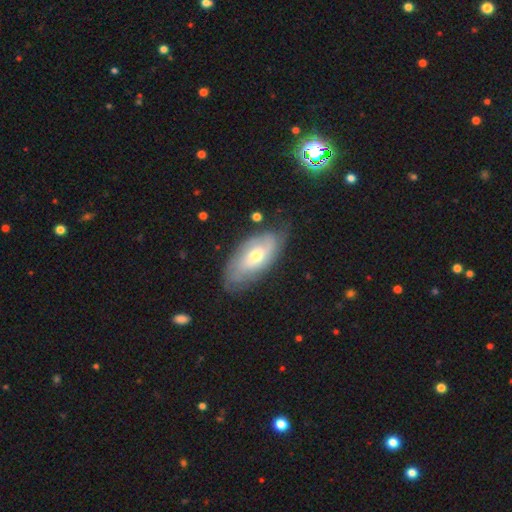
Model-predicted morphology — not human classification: A featured or disk galaxy (53%). Merging: none (67%).